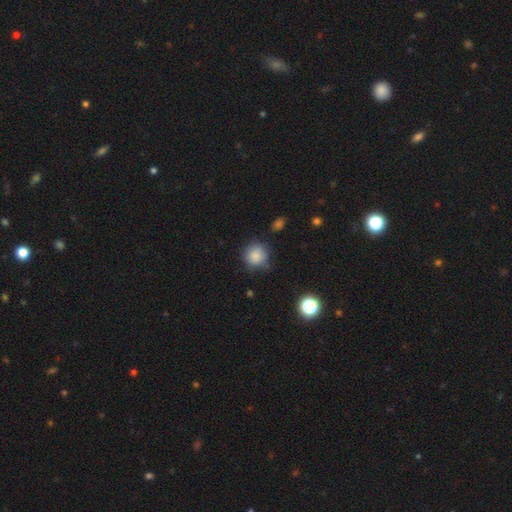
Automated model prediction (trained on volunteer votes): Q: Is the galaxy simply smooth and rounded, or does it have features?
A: smooth — 85%.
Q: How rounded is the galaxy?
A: round — 90%.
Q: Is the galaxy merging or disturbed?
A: none — 72%.